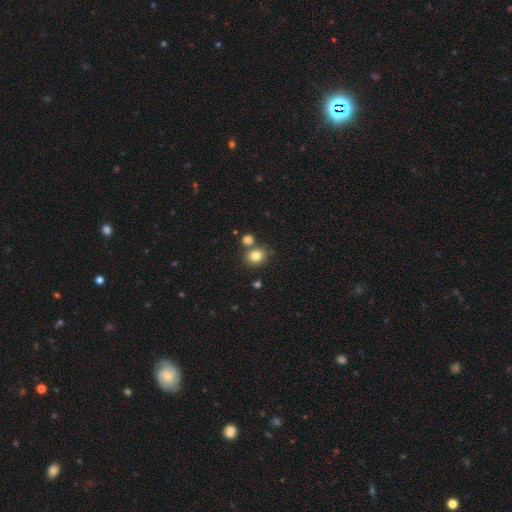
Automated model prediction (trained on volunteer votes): This is clearly a smooth galaxy (81%). How rounded: likely round (69%). Merging: likely none (67%).